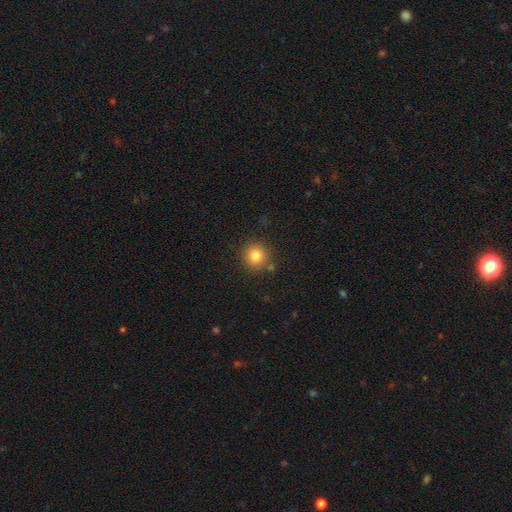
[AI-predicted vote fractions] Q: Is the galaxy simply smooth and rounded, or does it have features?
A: smooth — 82%.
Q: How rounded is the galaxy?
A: round — 90%.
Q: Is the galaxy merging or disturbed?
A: none — 84%.